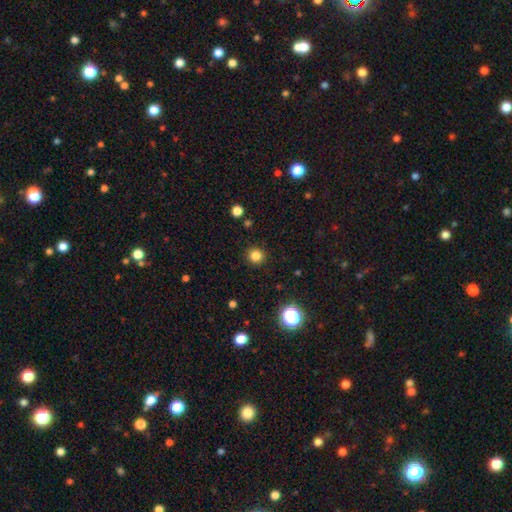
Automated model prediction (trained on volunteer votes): A smooth galaxy with no disk features (83%) that is round (92%). Merging: none (92%).